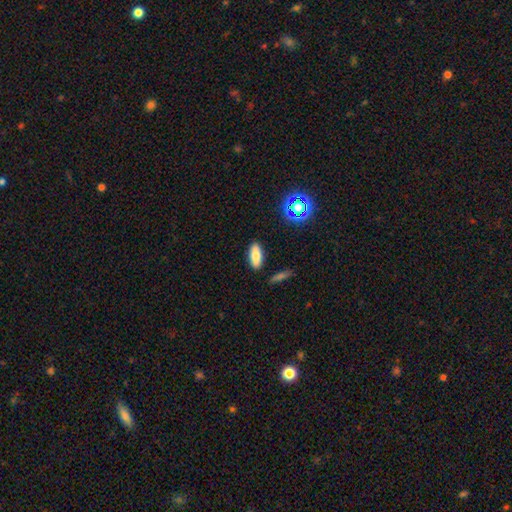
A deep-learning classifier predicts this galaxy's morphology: This is likely a smooth galaxy (79%). How rounded: likely in between (79%). Merging: clearly none (88%).